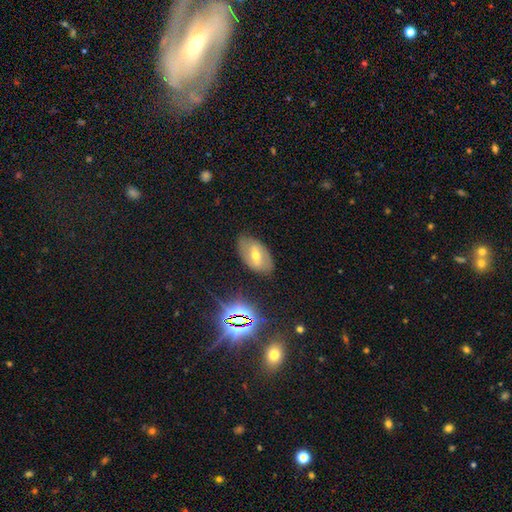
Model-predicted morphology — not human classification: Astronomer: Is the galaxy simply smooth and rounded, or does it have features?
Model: featured or disk — 51% (runner-up: smooth, 32%).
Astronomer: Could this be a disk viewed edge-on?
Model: no — 89%.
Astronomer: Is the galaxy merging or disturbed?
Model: none — 81%.